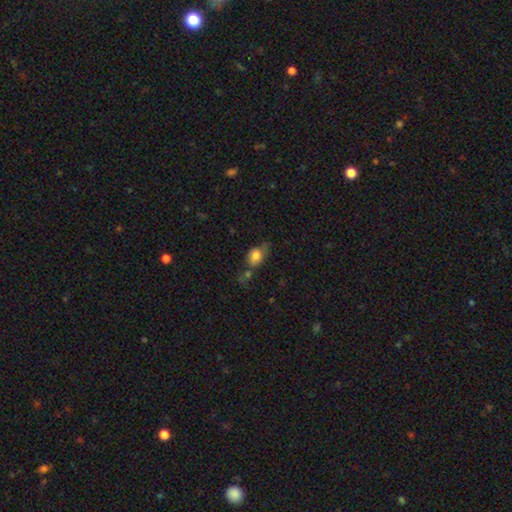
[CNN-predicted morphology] The model was most divided on "merging": none: 45%, minor disturbance: 26%, merger: 16%, major disturbance: 13%. More confident: smooth or featured — smooth (77%); how rounded — in between (70%).